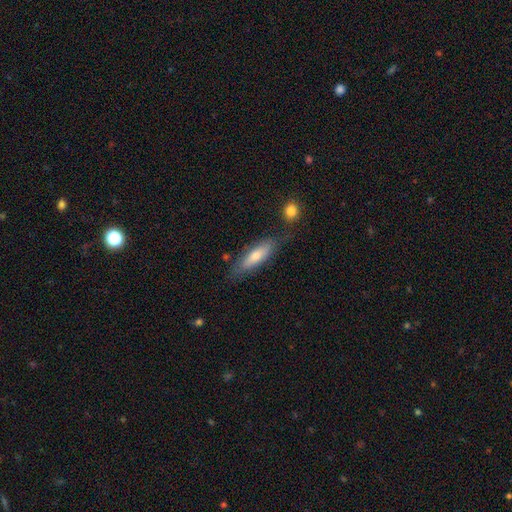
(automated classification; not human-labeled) A smooth galaxy with no disk features (62%) that is cigar-shaped (63%).

Vote fractions:
- Smooth or featured? smooth: 62% / featured or disk: 32% / star or artifact: 7%
- How rounded? cigar-shaped: 63% / in between: 35% / round: 2%
- Merging? none: 71% / minor disturbance: 18% / merger: 6% / major disturbance: 5%